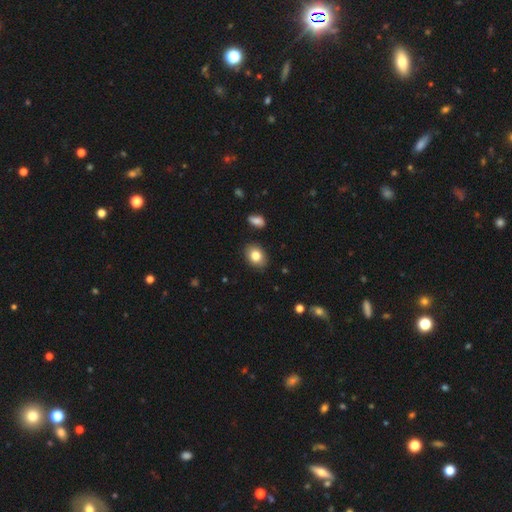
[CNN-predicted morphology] smooth-or-featured: smooth: 82% | featured or disk: 9% | star or artifact: 8%
  how-rounded: in between: 68% | round: 31% | cigar-shaped: 1%
  merging: none: 87% | minor disturbance: 9% | major disturbance: 2% | merger: 2%